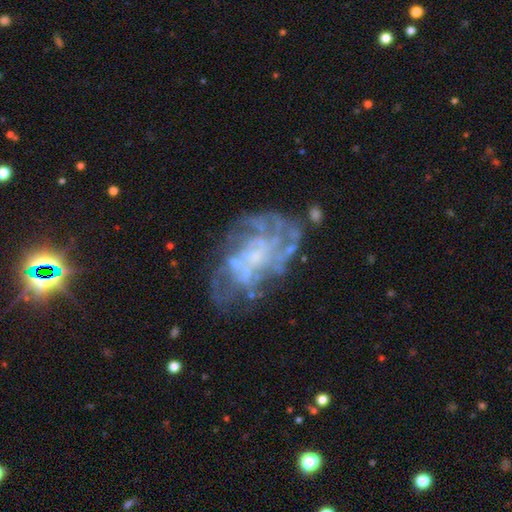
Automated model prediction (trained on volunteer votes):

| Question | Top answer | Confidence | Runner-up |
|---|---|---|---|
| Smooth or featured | featured or disk | 81% | smooth (10%) |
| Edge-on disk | no | 97% | yes (3%) |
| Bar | no | 76% | weak (19%) |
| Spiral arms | yes | 73% | no (27%) |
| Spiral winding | tight | 50% | medium (34%) |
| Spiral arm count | can't tell | 48% | 4 (14%) |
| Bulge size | small | 39% | none (36%) |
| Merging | none | 56% | minor disturbance (20%) |